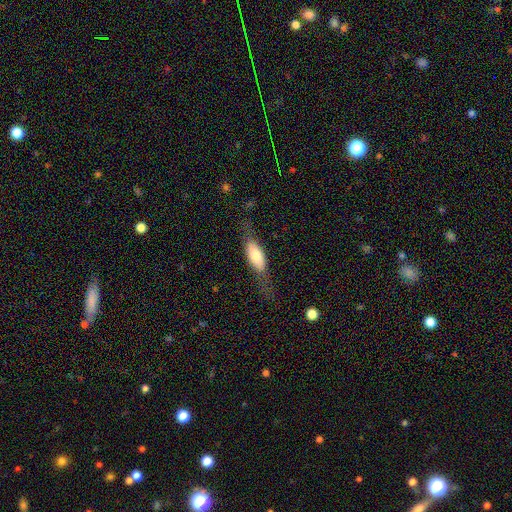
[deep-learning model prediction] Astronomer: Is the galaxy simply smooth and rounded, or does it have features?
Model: smooth — 57% (runner-up: featured or disk, 37%).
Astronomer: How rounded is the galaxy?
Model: in between — 69%.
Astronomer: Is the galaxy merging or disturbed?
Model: none — 61%.